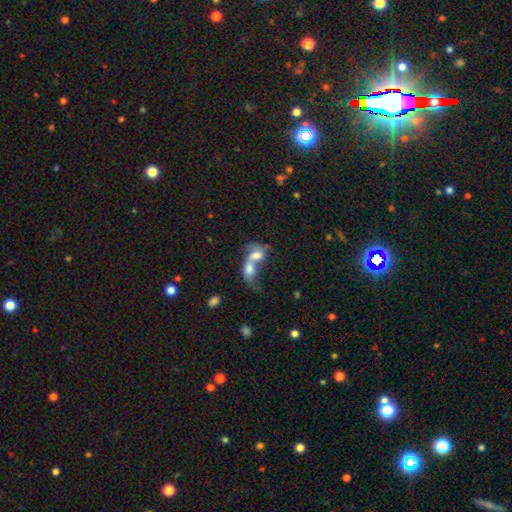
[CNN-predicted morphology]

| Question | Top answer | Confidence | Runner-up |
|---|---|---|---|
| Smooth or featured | smooth | 57% | featured or disk (33%) |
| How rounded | in between | 71% | round (26%) |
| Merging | merger | 83% | major disturbance (7%) |